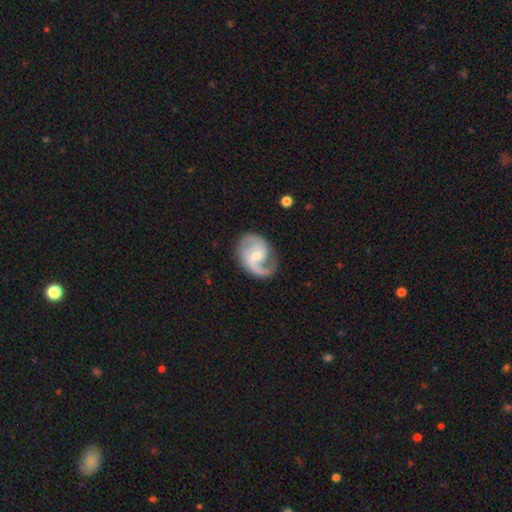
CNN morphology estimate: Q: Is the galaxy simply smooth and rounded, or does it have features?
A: featured or disk — 87%.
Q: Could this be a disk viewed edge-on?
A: no — 98%.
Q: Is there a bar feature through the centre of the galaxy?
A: weak — 47%.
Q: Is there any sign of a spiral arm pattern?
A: yes — 97%.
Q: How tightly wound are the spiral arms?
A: medium — 53%.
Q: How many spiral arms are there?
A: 2 — 75%.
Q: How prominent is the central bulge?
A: small — 53%.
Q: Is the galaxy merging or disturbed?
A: none — 71%.